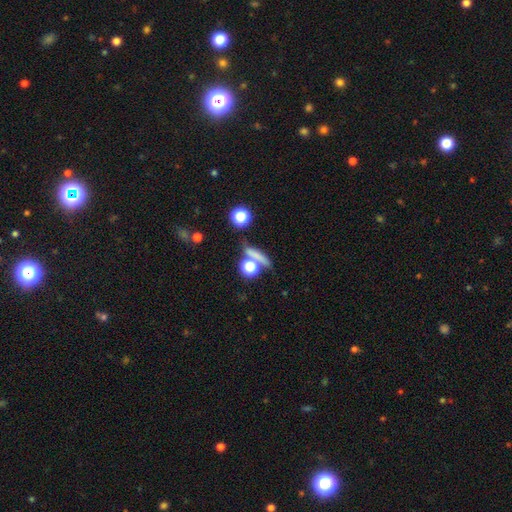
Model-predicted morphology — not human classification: Q: Smooth or featured?
A: smooth (66%); runner-up: star or artifact (17%)
Q: How rounded?
A: cigar-shaped (47%); runner-up: round (36%)
Q: Merging?
A: none (65%); runner-up: merger (19%)